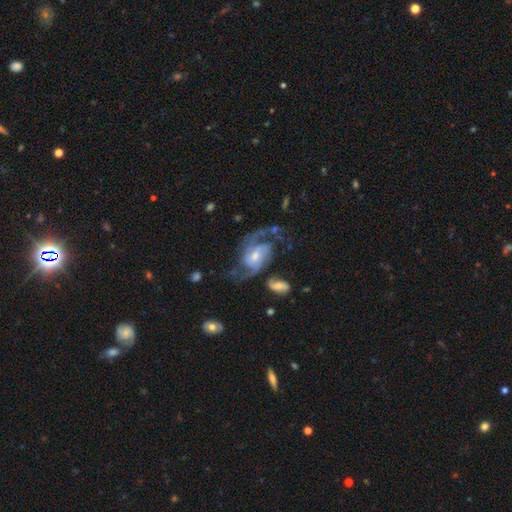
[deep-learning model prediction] Smooth or featured: featured or disk — 88% (smooth — 6%)
Edge-on disk: no — 97% (yes — 3%)
Bar: no — 49% (weak — 40%)
Spiral arms: yes — 96% (no — 4%)
Spiral winding: medium — 49% (loose — 36%)
Spiral arm count: 2 — 80% (3 — 6%)
Bulge size: moderate — 47% (small — 40%)
Merging: none — 53% (major disturbance — 23%)